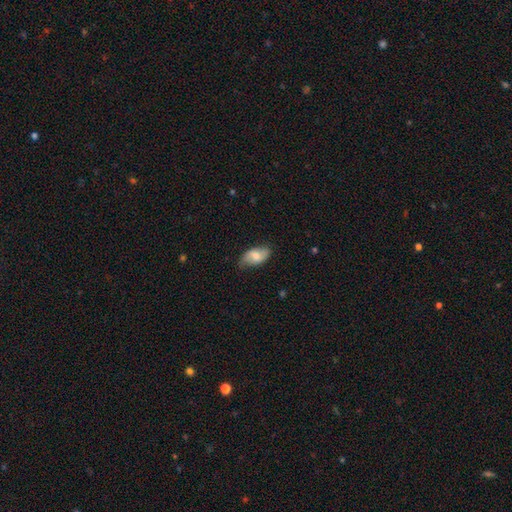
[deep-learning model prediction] Smooth or featured? smooth (61%)
How rounded? in between (92%)
Merging? none (69%)